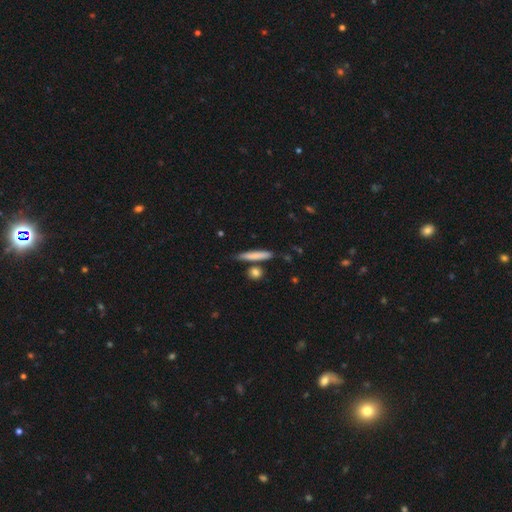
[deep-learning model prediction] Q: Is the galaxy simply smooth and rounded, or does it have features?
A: smooth — 76%.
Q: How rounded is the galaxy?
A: cigar-shaped — 89%.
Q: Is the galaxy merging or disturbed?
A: none — 78%.